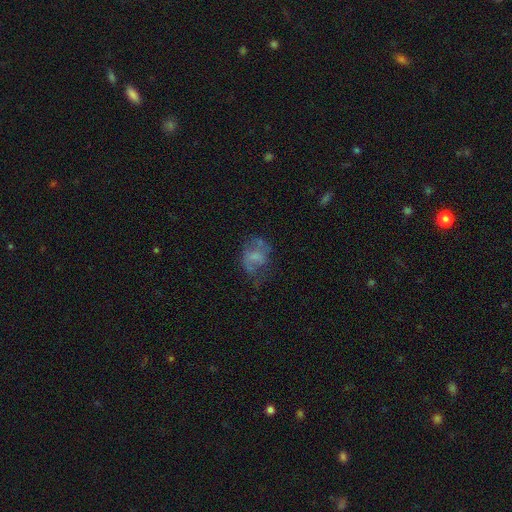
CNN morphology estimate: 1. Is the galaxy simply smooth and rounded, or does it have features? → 46% smooth, 42% featured or disk, 12% star or artifact.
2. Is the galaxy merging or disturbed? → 35% major disturbance, 34% none, 24% minor disturbance, 6% merger.